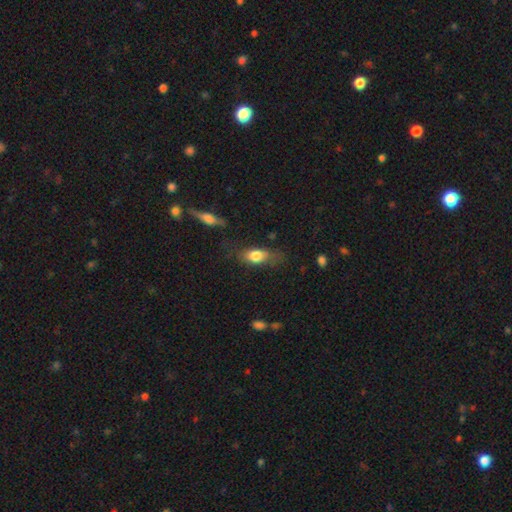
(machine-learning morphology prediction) Overall: smooth (75%). How rounded: in between (78%). Merging: none (53%; minor disturbance 28%).